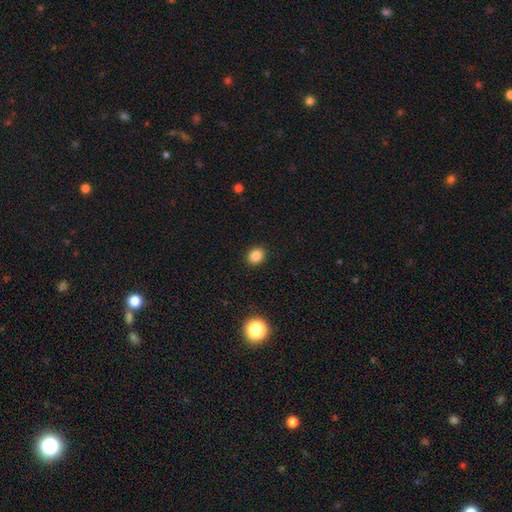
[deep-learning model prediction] This is clearly a smooth galaxy (84%). How rounded: likely round (60%). Merging: clearly none (91%).